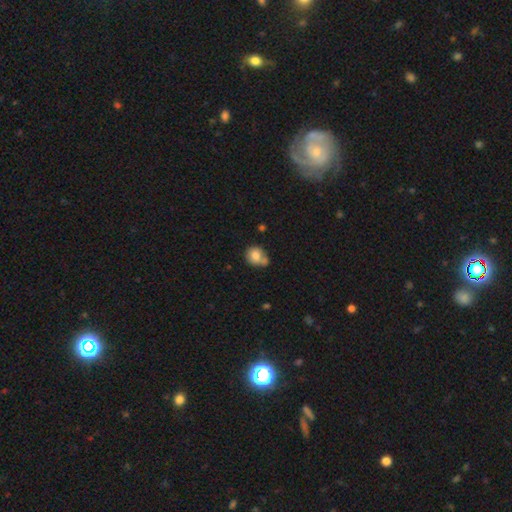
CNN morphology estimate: Smooth or featured? smooth (77%)
How rounded? round (70%)
Merging? none (44%)